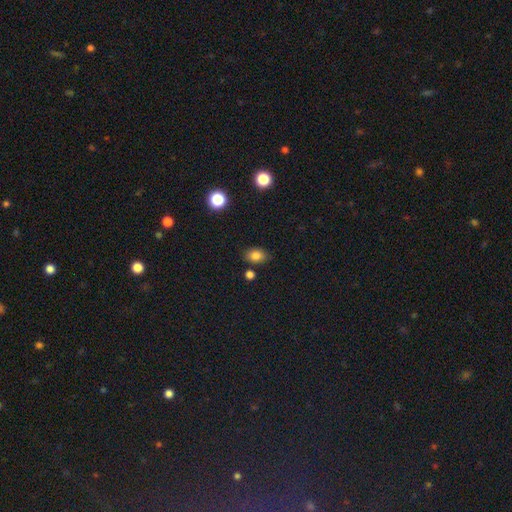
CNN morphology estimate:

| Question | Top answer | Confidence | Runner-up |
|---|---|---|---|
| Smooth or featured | smooth | 81% | star or artifact (12%) |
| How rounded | in between | 72% | round (26%) |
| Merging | none | 79% | minor disturbance (13%) |